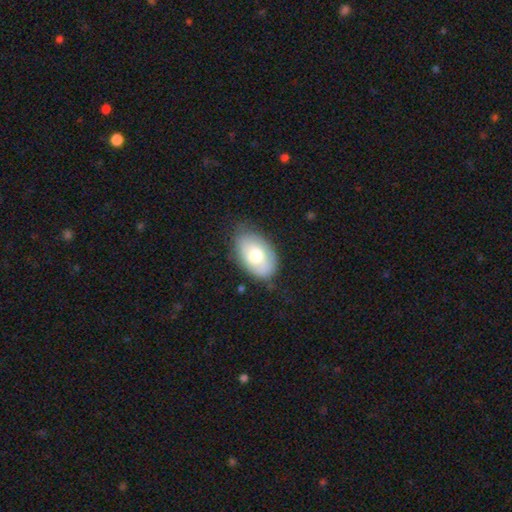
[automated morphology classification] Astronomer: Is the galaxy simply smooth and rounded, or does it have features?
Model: smooth — 70%.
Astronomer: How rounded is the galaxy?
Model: in between — 92%.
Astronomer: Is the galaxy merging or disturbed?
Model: none — 71%.